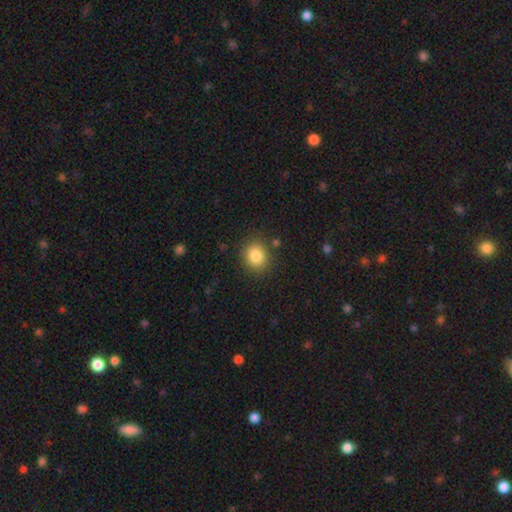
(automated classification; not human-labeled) smooth_or_featured: smooth (p=0.85) [alt: star or artifact p=0.10]
how_rounded: round (p=0.69) [alt: in between p=0.30]
merging: none (p=0.86) [alt: minor disturbance p=0.09]